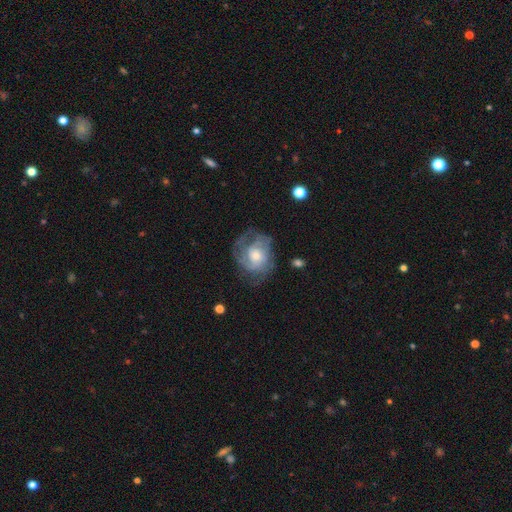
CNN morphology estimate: Smooth or featured? featured or disk (71%)
Edge-on disk? no (97%)
Bar? no (75%)
Spiral arms? yes (81%)
Spiral winding? tight (53%)
Spiral arm count? can't tell (47%)
Bulge size? moderate (57%)
Merging? none (60%)